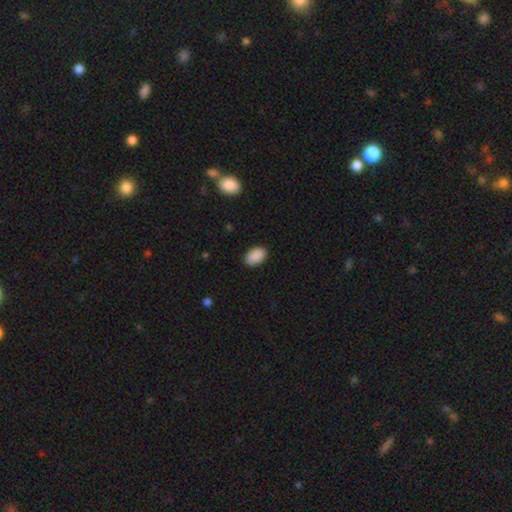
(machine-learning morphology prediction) smooth_or_featured: smooth (p=0.90) [alt: star or artifact p=0.07]
how_rounded: in between (p=0.91) [alt: round p=0.08]
merging: none (p=0.87) [alt: minor disturbance p=0.10]